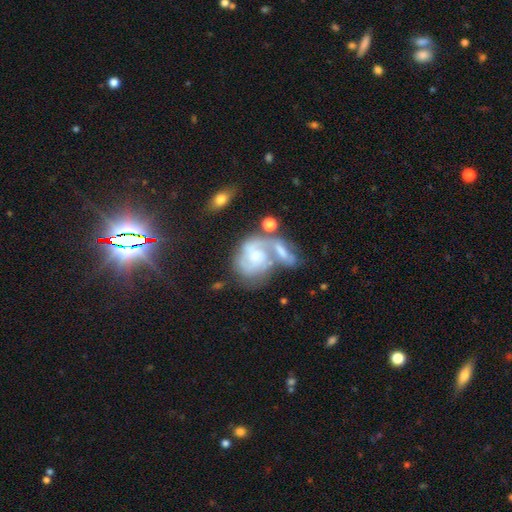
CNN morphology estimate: Q: Smooth or featured?
A: featured or disk (73%); runner-up: smooth (19%)
Q: Edge-on disk?
A: no (97%); runner-up: yes (3%)
Q: Bar?
A: no (65%); runner-up: weak (28%)
Q: Spiral arms?
A: yes (87%); runner-up: no (13%)
Q: Spiral winding?
A: medium (42%); runner-up: tight (38%)
Q: Spiral arm count?
A: 2 (45%); runner-up: can't tell (20%)
Q: Bulge size?
A: small (39%); runner-up: moderate (30%)
Q: Merging?
A: merger (40%); runner-up: none (26%)